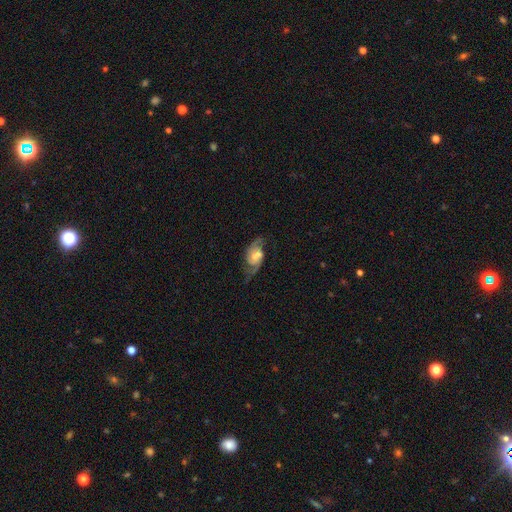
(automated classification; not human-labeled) This appears to be a featured or disk galaxy (80%) with no bar (48%), 2 (91%) loose (45%) spiral arms (94%) and a small central bulge (41%). Merging: none (64%).